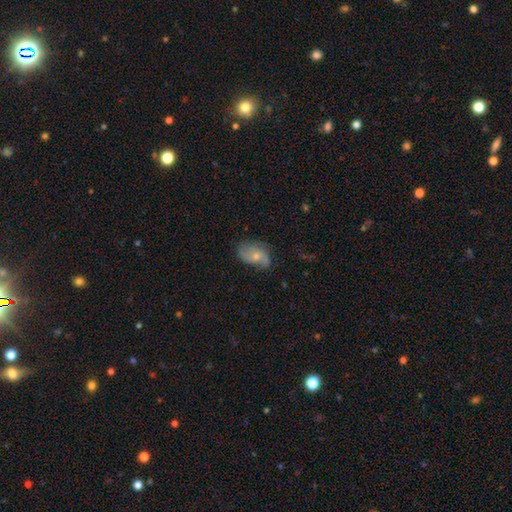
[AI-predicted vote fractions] This is possibly a featured or disk galaxy (54%). It is clearly not viewed edge-on (96%). Bar: likely no (74%). Spiral arm pattern: clearly yes (83%). Central bulge: possibly moderate (47%). Merging: possibly none (57%).